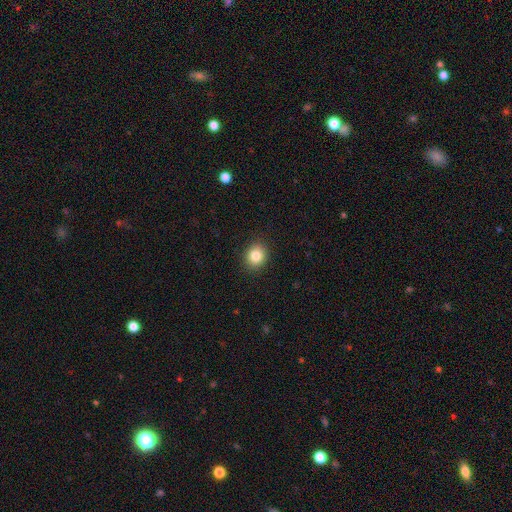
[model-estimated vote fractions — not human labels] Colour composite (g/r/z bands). It shows a smooth galaxy with no disk features (84%) that is round (76%). Merging: none (91%).